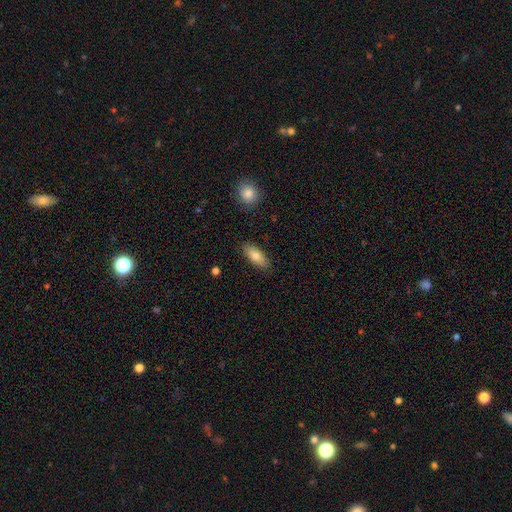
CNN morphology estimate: A smooth galaxy with no disk features (82%) that is in between round and cigar-shaped (79%). Merging: none (87%).